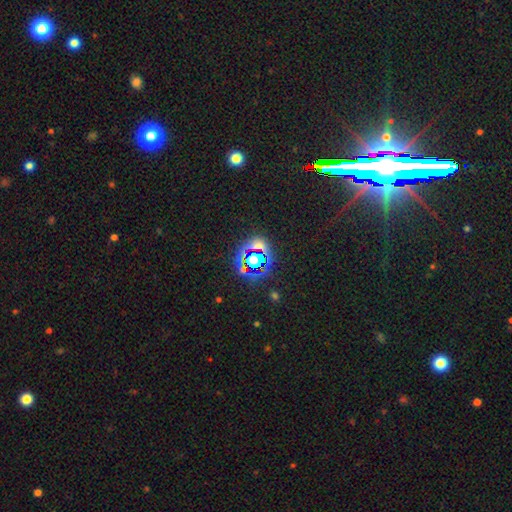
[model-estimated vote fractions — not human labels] A star or artifact, not a galaxy (63%).